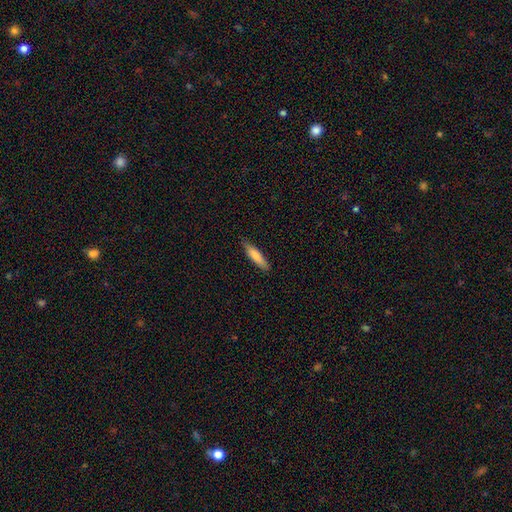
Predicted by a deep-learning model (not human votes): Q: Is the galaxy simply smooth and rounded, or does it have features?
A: smooth — 80%.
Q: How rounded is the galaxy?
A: cigar-shaped — 76%.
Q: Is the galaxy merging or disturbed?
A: none — 84%.